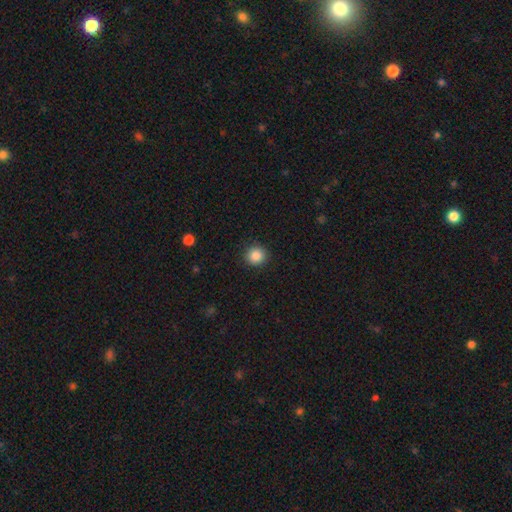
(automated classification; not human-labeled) Smooth or featured? Predicted: smooth (p=0.87). How rounded? Predicted: round (p=0.92). Merging? Predicted: none (p=0.91).